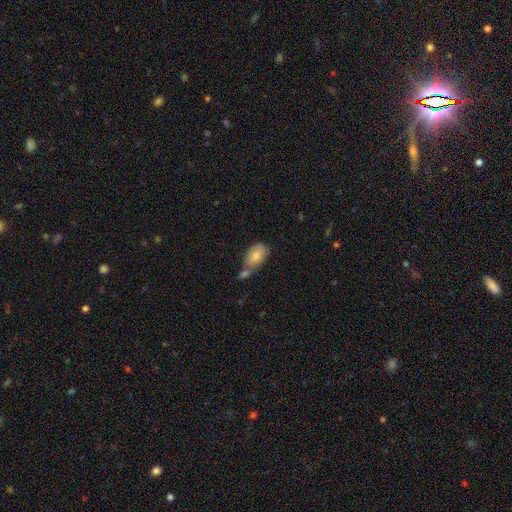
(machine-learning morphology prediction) smooth 80%, featured or disk 13%, star or artifact 7%. Down the decision tree: how rounded — in between (91%); merging — merger (41%).